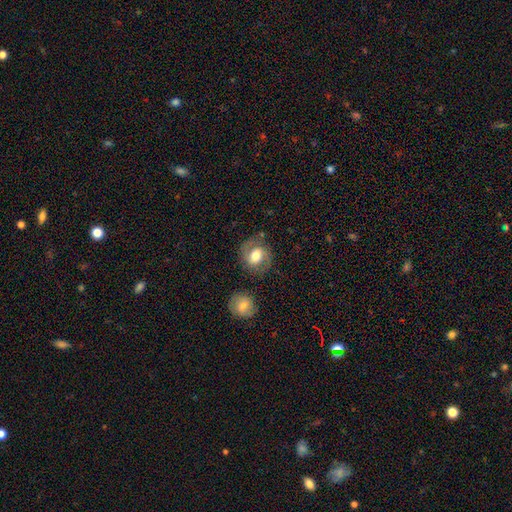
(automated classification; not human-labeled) featured or disk 58%, smooth 35%, star or artifact 7%. Down the decision tree: edge-on disk — no (97%); bar — no (44%); spiral arms — yes (81%); bulge size — moderate (61%); merging — none (75%).